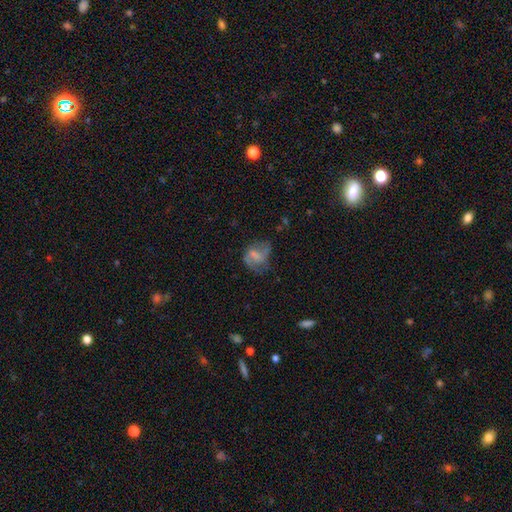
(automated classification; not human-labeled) This appears to be a featured or disk galaxy (45%, tied with smooth). Merging: none (37%).